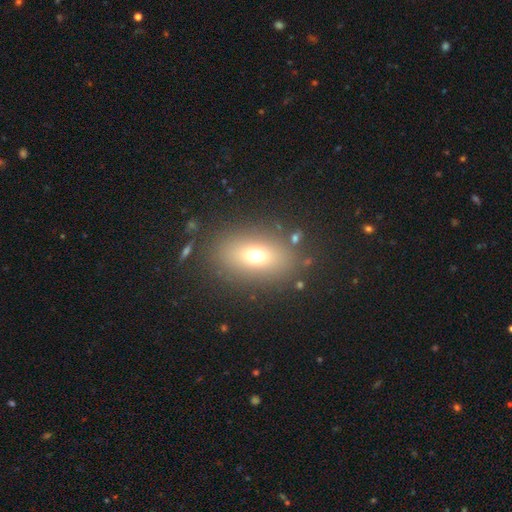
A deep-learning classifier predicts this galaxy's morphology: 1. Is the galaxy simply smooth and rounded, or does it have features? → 68% smooth, 16% star or artifact, 16% featured or disk.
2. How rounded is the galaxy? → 70% in between, 26% round, 3% cigar-shaped.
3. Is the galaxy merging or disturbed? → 83% none, 8% minor disturbance, 5% major disturbance, 3% merger.